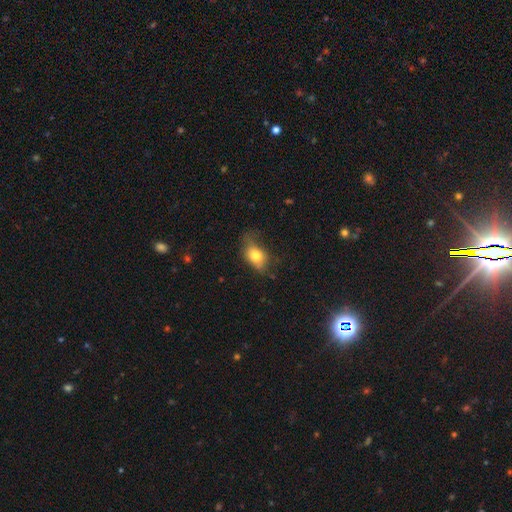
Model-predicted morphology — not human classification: Smooth or featured: smooth — 75% (featured or disk — 16%)
How rounded: in between — 79% (round — 18%)
Merging: none — 46% (minor disturbance — 34%)